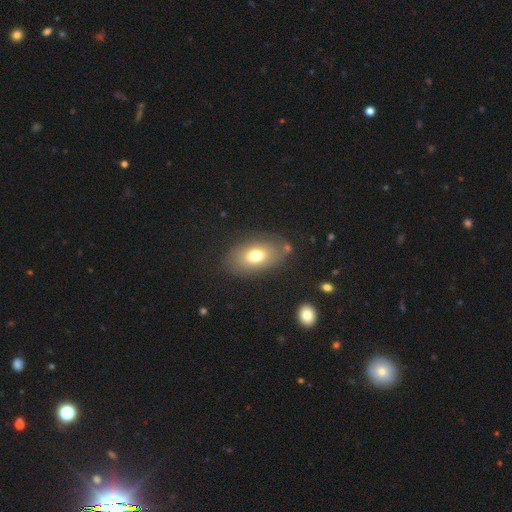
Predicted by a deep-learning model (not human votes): smooth_or_featured: smooth (p=0.70) [alt: featured or disk p=0.21]
how_rounded: in between (p=0.89) [alt: round p=0.09]
merging: none (p=0.78) [alt: minor disturbance p=0.14]